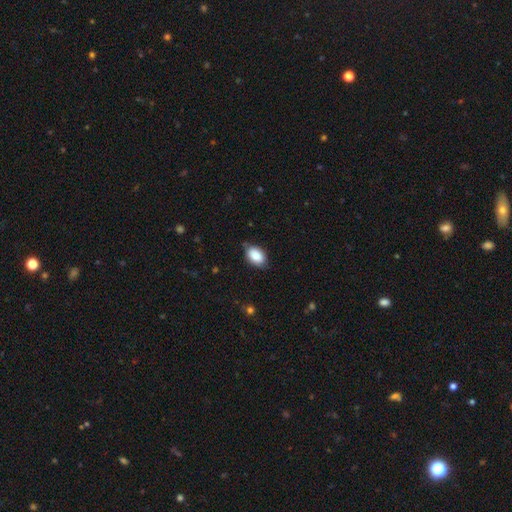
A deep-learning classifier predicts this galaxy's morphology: This is clearly a smooth galaxy (86%). How rounded: clearly in between (89%). Merging: likely none (72%).